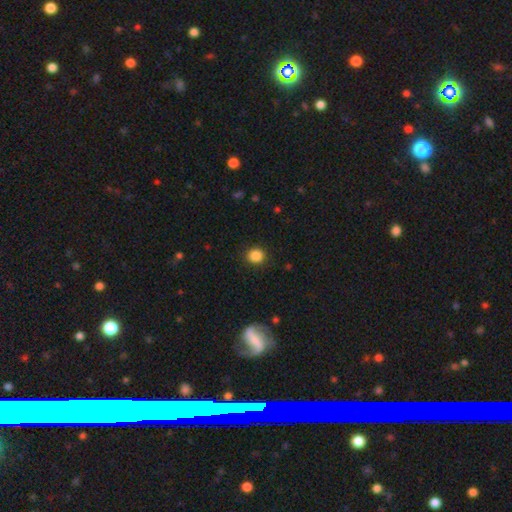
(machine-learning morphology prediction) smooth_or_featured: smooth (p=0.87) [alt: star or artifact p=0.10]
how_rounded: round (p=0.84) [alt: in between p=0.15]
merging: none (p=0.90) [alt: minor disturbance p=0.07]